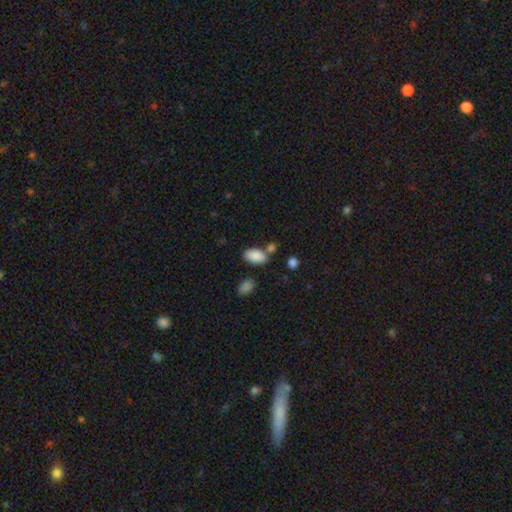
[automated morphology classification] The model was most divided on "merging": none: 65%, merger: 16%, minor disturbance: 14%, major disturbance: 4%. More confident: how rounded — in between (94%); smooth or featured — smooth (87%).